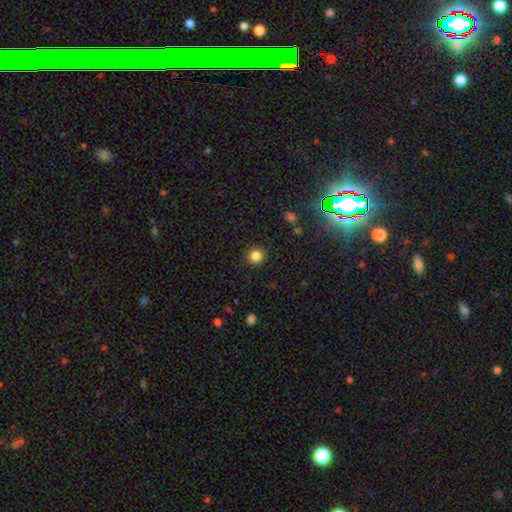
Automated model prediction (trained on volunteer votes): Overall: smooth (84%). How rounded: round (92%). Merging: none (90%).